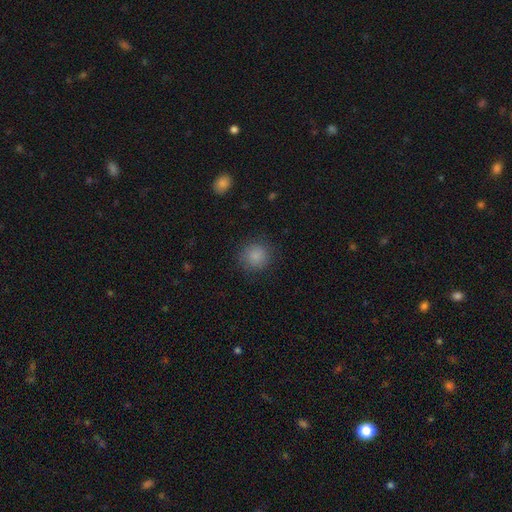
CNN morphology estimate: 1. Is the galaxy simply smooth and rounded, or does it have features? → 86% smooth, 9% star or artifact, 5% featured or disk.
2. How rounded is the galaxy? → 92% round, 7% in between, 1% cigar-shaped.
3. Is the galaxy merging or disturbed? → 87% none, 9% minor disturbance, 3% major disturbance, 1% merger.